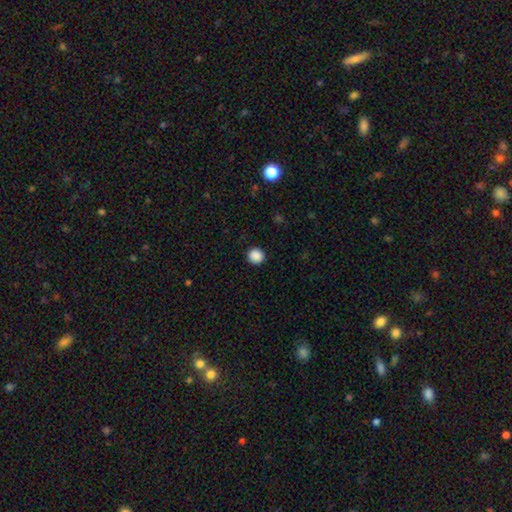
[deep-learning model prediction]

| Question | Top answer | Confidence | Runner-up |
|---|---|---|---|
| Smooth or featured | smooth | 88% | star or artifact (10%) |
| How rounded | round | 95% | in between (4%) |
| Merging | none | 93% | minor disturbance (4%) |